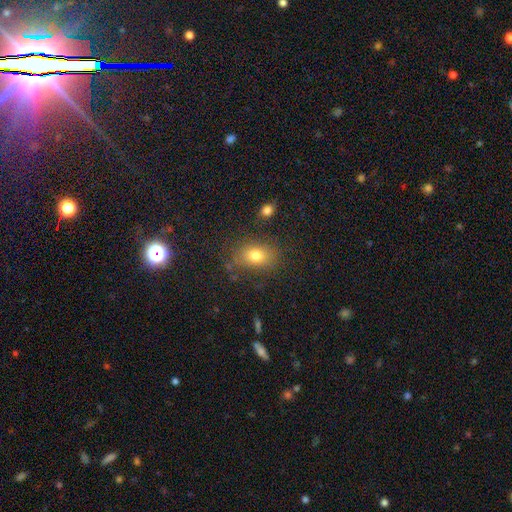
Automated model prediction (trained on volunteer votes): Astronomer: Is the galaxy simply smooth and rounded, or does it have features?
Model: smooth — 76%.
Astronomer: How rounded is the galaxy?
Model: in between — 62%.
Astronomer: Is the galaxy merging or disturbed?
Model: none — 76%.